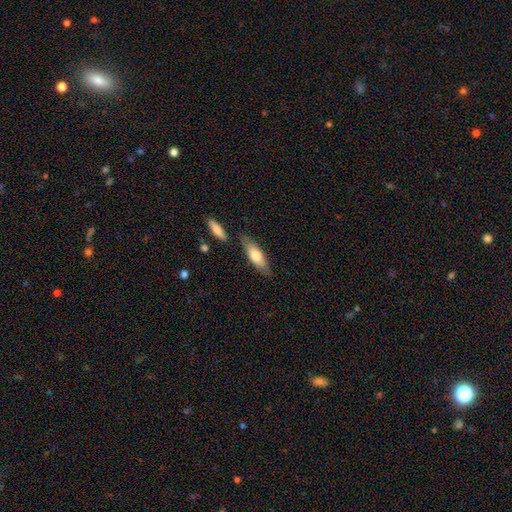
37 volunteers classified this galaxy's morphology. smooth 78%, featured or disk 22%, star or artifact 0%. Down the decision tree: how rounded — in between (69%); merging — none (73%).